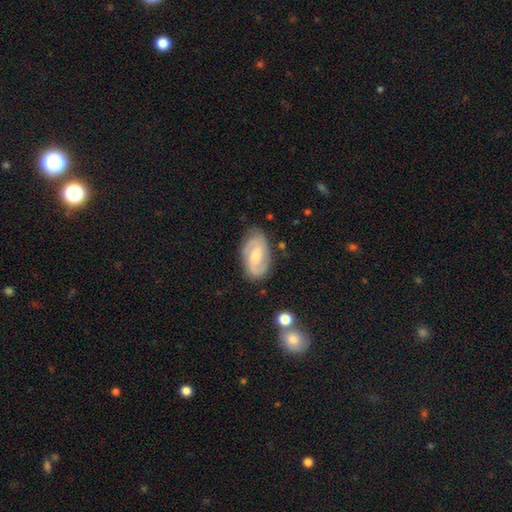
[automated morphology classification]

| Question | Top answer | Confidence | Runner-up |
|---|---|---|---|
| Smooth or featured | featured or disk | 74% | smooth (20%) |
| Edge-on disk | no | 96% | yes (4%) |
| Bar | weak | 48% | no (38%) |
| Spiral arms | yes | 92% | no (8%) |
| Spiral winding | medium | 46% | tight (38%) |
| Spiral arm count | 2 | 80% | can't tell (11%) |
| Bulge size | moderate | 47% | small (46%) |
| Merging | none | 77% | minor disturbance (17%) |